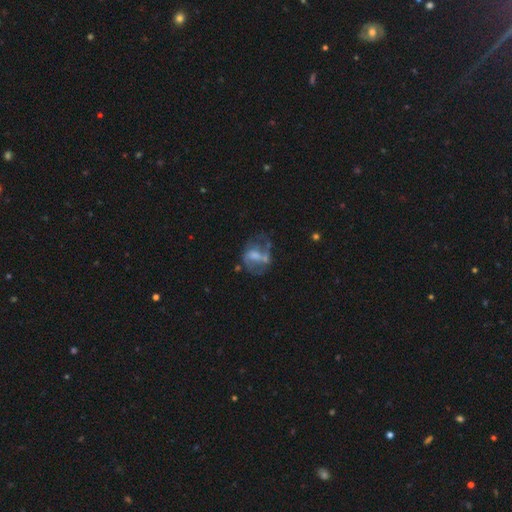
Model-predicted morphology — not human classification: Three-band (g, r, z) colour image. It shows a featured or disk galaxy (62%) with no bar (43%), spiral arms (59%) and a moderate central bulge (39%). Merging: none (37%).